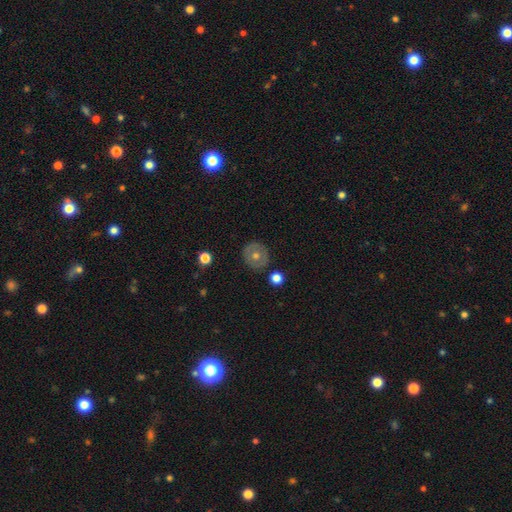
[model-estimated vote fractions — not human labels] Overall: smooth (51%; featured or disk 38%). How rounded: round (91%). Merging: none (88%).